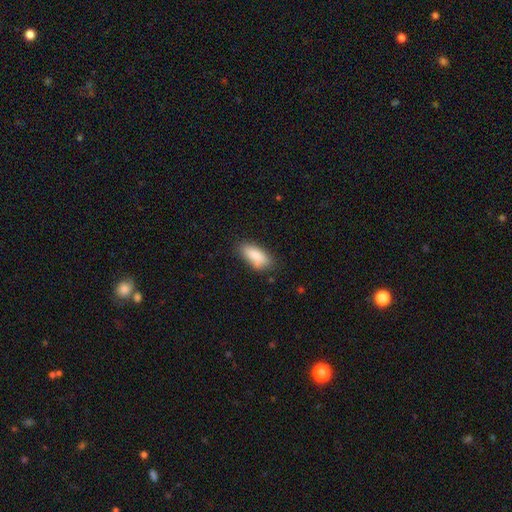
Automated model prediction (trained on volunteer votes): The model was most divided on "merging": none: 72%, minor disturbance: 21%, major disturbance: 4%, merger: 3%. More confident: smooth or featured — smooth (86%); how rounded — in between (83%).